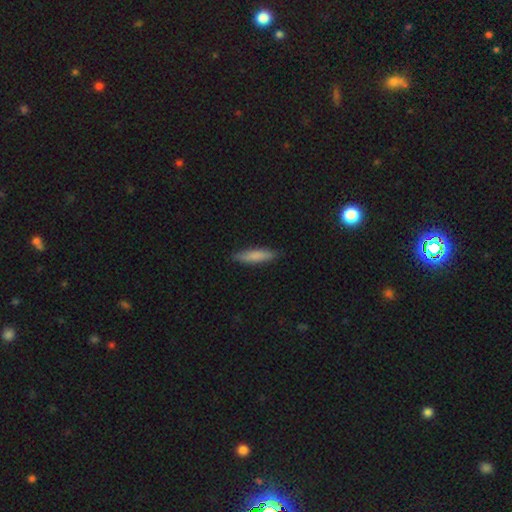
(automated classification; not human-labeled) This is clearly a smooth galaxy (80%). How rounded: likely cigar-shaped (78%). Merging: clearly none (87%).